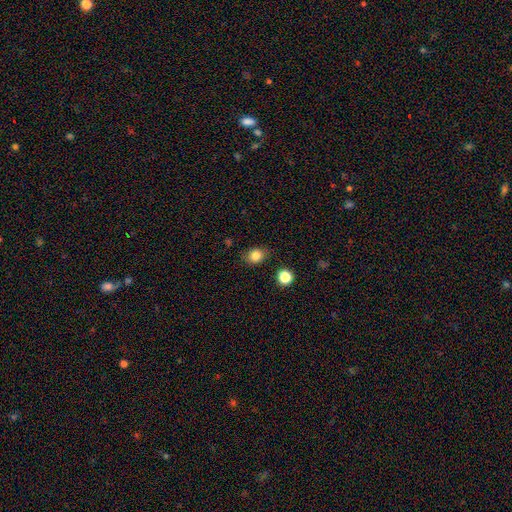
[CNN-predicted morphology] Smooth or featured?
  - smooth: 83% *
  - star or artifact: 11%
  - featured or disk: 6%
How rounded?
  - round: 59% *
  - in between: 40%
  - cigar-shaped: 1%
Merging?
  - none: 81% *
  - minor disturbance: 13%
  - major disturbance: 3%
  - merger: 2%